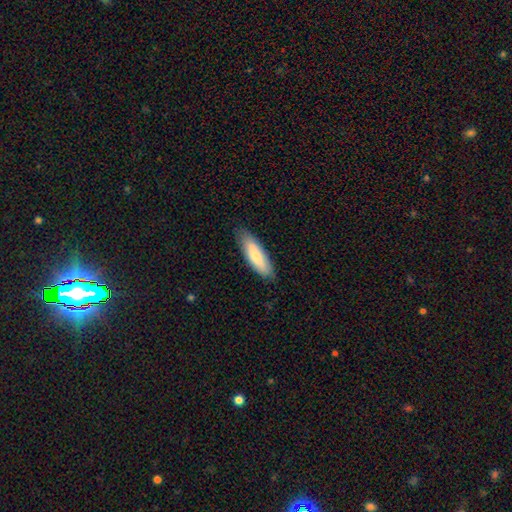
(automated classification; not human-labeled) A smooth galaxy with no disk features (79%) that is cigar-shaped (51%). Merging: none (81%).